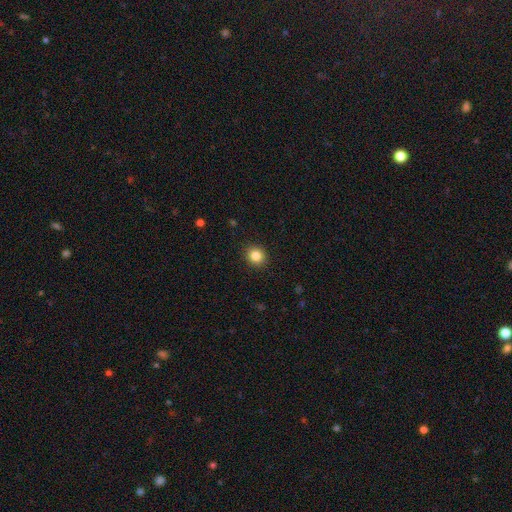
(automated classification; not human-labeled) Morphology: type=smooth (85%); roundness=round (81%); merging=none (91%).